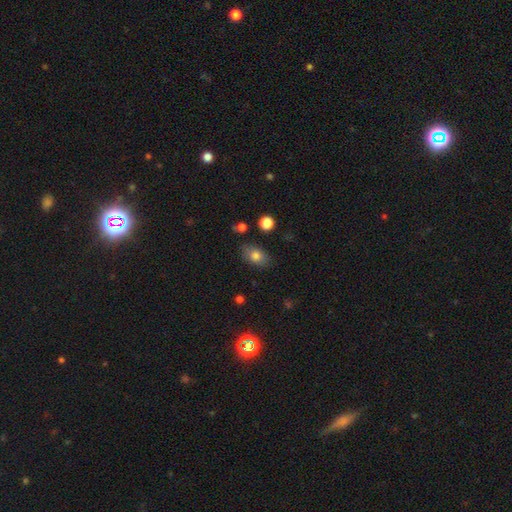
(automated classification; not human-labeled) Overall: smooth (78%). How rounded: in between (83%). Merging: none (80%).